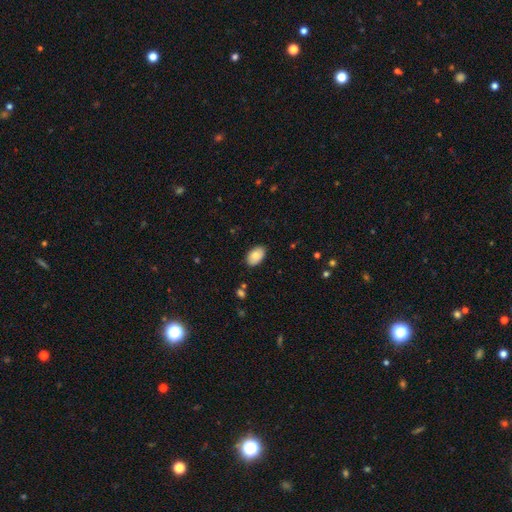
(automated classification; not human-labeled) Smooth or featured: smooth — 83% (featured or disk — 10%)
How rounded: in between — 92% (round — 7%)
Merging: none — 86% (minor disturbance — 11%)